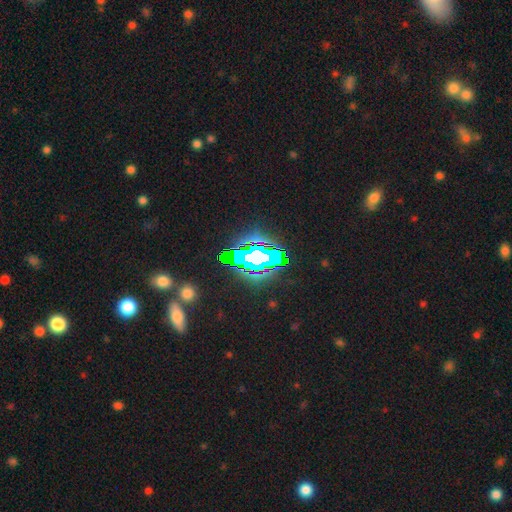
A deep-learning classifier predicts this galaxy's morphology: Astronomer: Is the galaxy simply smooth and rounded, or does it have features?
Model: star or artifact — 65%.